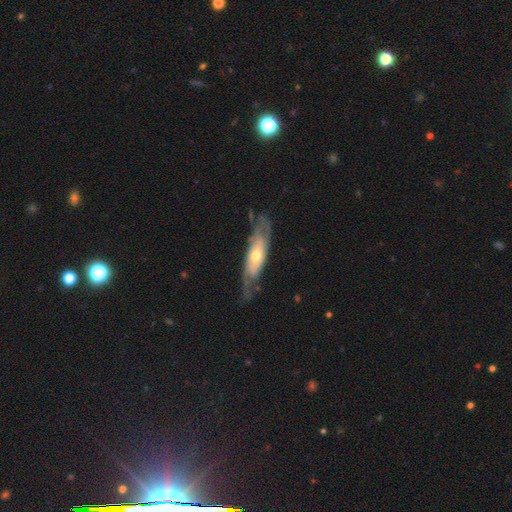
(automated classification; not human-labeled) A featured or disk galaxy (74%) with no bar (72%), spiral arms (81%) and a moderate central bulge (58%).

Vote fractions:
- Smooth or featured? featured or disk: 74% / smooth: 20% / star or artifact: 5%
- Edge-on disk? no: 73% / yes: 27%
- Bar? no: 72% / weak: 21% / strong: 7%
- Spiral arms? yes: 81% / no: 19%
- Bulge size? moderate: 58% / small: 36% / large: 5% / none: 1% / dominant: 1%
- Merging? none: 65% / minor disturbance: 22% / major disturbance: 12% / merger: 2%